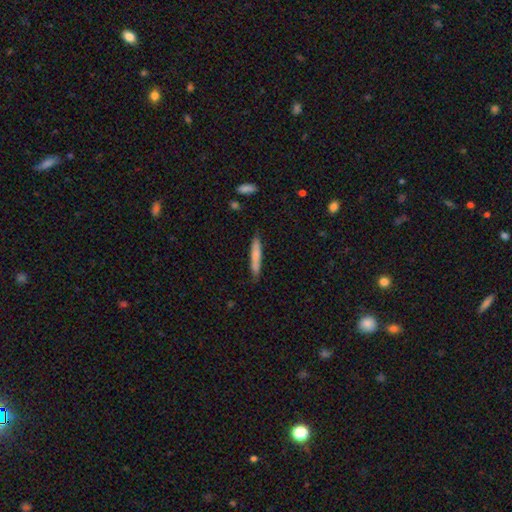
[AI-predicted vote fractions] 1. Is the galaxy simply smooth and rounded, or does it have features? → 72% smooth, 22% featured or disk, 6% star or artifact.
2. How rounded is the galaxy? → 92% cigar-shaped, 7% in between, 1% round.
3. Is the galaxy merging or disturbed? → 82% none, 13% minor disturbance, 2% major disturbance, 2% merger.